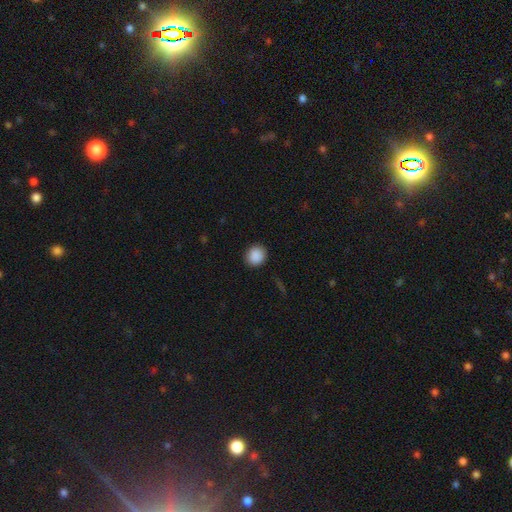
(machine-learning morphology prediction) Overall: smooth (89%). How rounded: round (81%). Merging: none (90%).